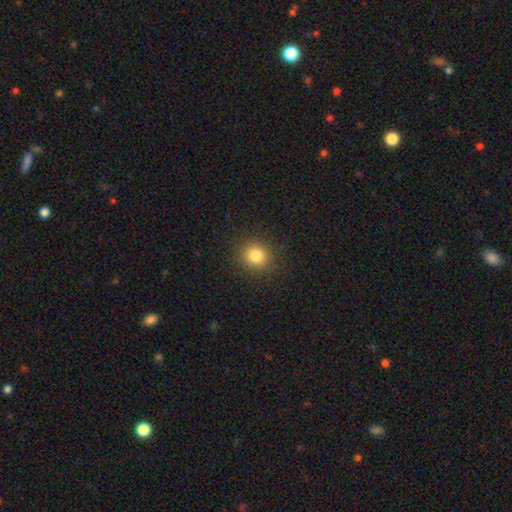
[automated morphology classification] type=smooth (81%); roundness=round (86%); merging=none (89%).